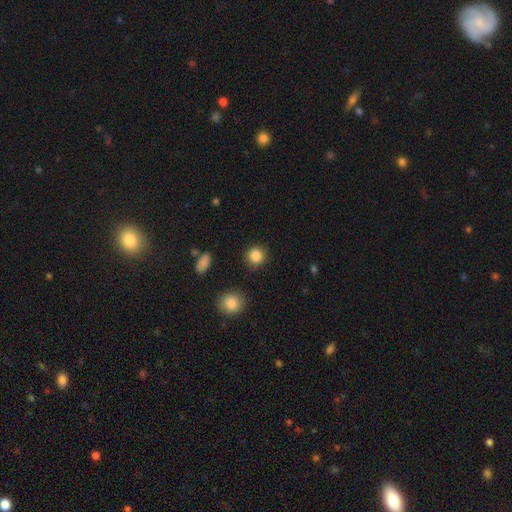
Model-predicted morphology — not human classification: The model was most divided on "smooth or featured": smooth: 87%, star or artifact: 10%, featured or disk: 4%. More confident: how rounded — round (89%); merging — none (88%).